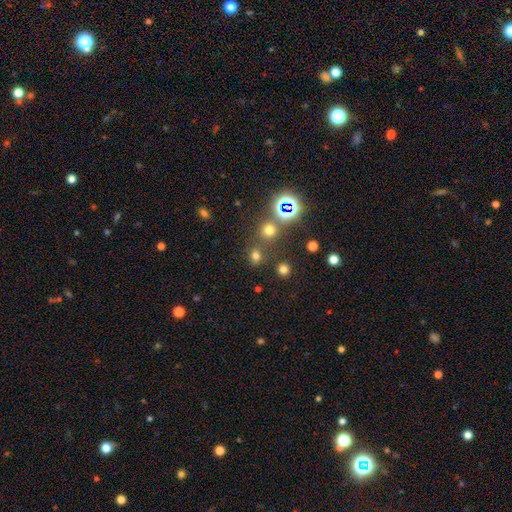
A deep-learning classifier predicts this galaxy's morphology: Smooth or featured?
  - smooth: 62% *
  - star or artifact: 31%
  - featured or disk: 7%
How rounded?
  - round: 79% *
  - in between: 20%
  - cigar-shaped: 1%
Merging?
  - none: 72% *
  - merger: 14%
  - minor disturbance: 9%
  - major disturbance: 4%